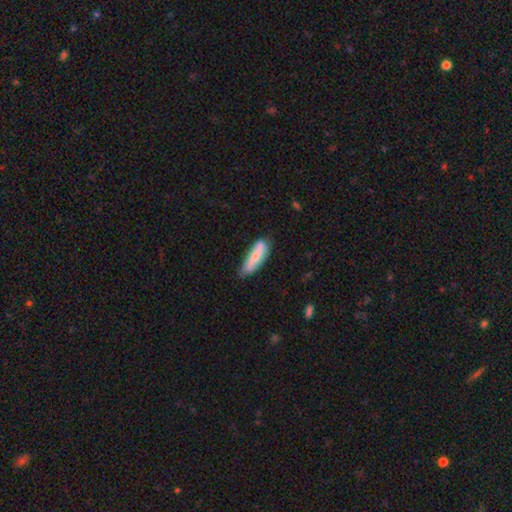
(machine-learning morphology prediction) Q: Smooth or featured?
A: smooth (57%); runner-up: featured or disk (38%)
Q: How rounded?
A: cigar-shaped (54%); runner-up: in between (44%)
Q: Merging?
A: none (69%); runner-up: minor disturbance (24%)